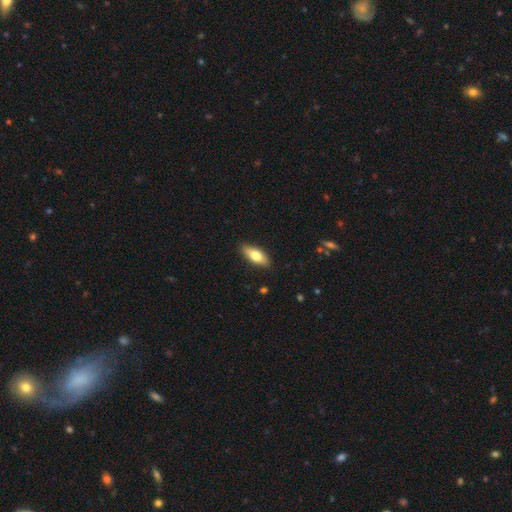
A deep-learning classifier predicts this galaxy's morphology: Q: Smooth or featured?
A: smooth (70%); runner-up: featured or disk (24%)
Q: How rounded?
A: in between (73%); runner-up: cigar-shaped (24%)
Q: Merging?
A: none (88%); runner-up: minor disturbance (10%)